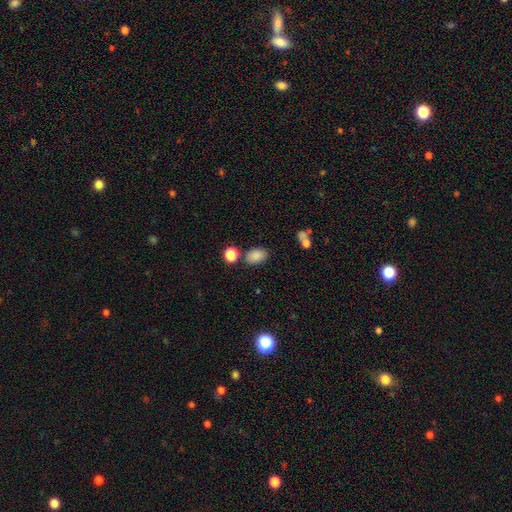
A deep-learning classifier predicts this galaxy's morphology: Smooth or featured? Predicted: smooth (p=0.85). How rounded? Predicted: in between (p=0.83). Merging? Predicted: none (p=0.76).